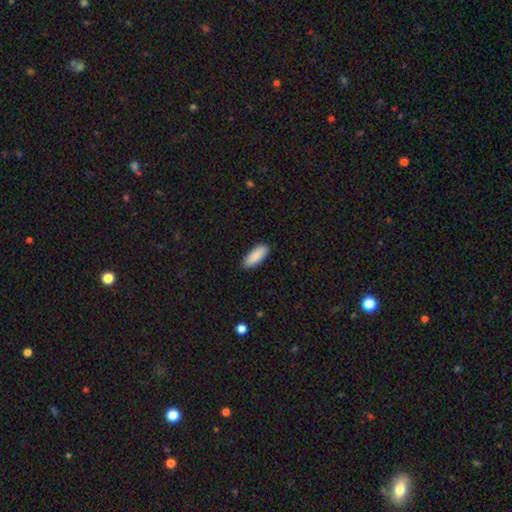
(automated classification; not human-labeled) This is clearly a smooth galaxy (90%). How rounded: likely in between (74%). Merging: clearly none (89%).